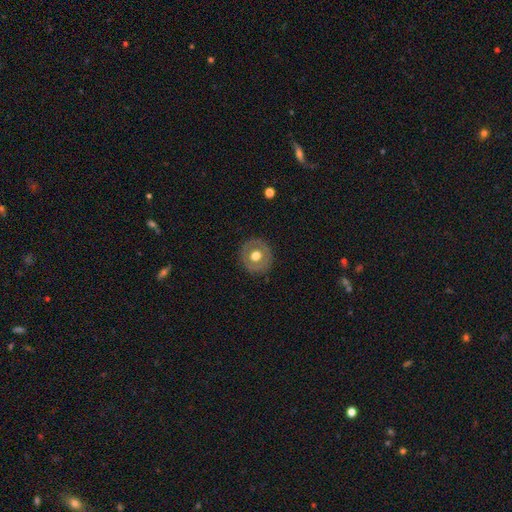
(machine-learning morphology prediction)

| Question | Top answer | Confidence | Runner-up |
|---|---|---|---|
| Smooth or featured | smooth | 52% | featured or disk (41%) |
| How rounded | round | 90% | in between (9%) |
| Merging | none | 87% | minor disturbance (9%) |